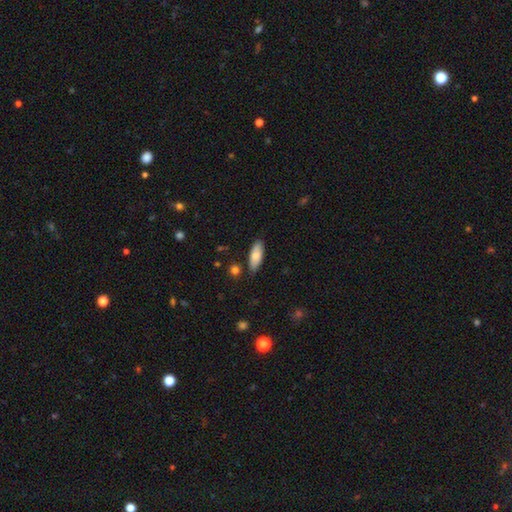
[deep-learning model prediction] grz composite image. It shows a smooth galaxy with no disk features (78%) that is in between round and cigar-shaped (74%). Merging: none (82%).